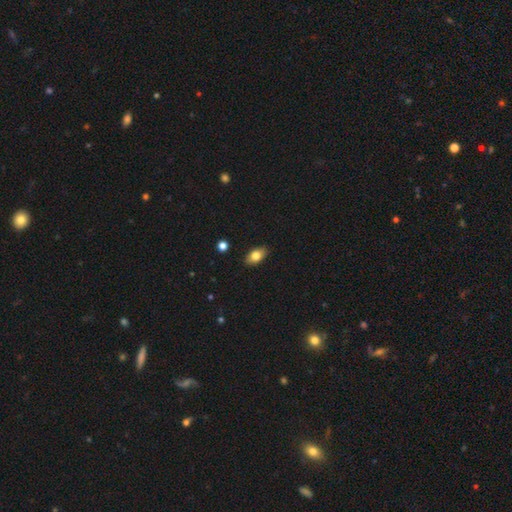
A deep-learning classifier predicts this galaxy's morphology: A smooth galaxy with no disk features (79%) that is in between round and cigar-shaped (89%).

Vote fractions:
- Smooth or featured? smooth: 79% / featured or disk: 13% / star or artifact: 8%
- How rounded? in between: 89% / round: 8% / cigar-shaped: 3%
- Merging? none: 88% / minor disturbance: 9% / major disturbance: 2% / merger: 1%